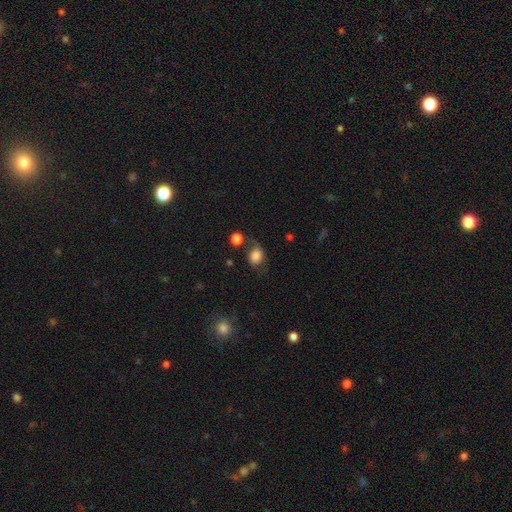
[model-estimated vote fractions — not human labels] Smooth or featured?
  - smooth: 72% *
  - featured or disk: 17%
  - star or artifact: 11%
How rounded?
  - round: 57% *
  - in between: 42%
  - cigar-shaped: 1%
Merging?
  - none: 46% *
  - minor disturbance: 27%
  - major disturbance: 18%
  - merger: 9%